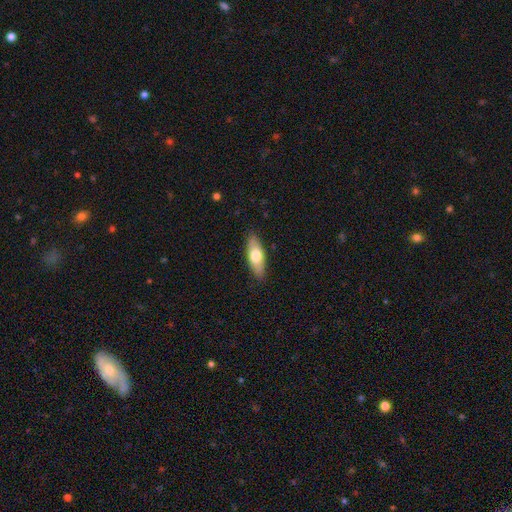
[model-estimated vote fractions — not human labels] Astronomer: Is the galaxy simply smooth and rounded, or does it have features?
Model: smooth — 67%.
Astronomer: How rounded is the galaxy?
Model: in between — 65%.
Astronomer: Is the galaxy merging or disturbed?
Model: none — 87%.